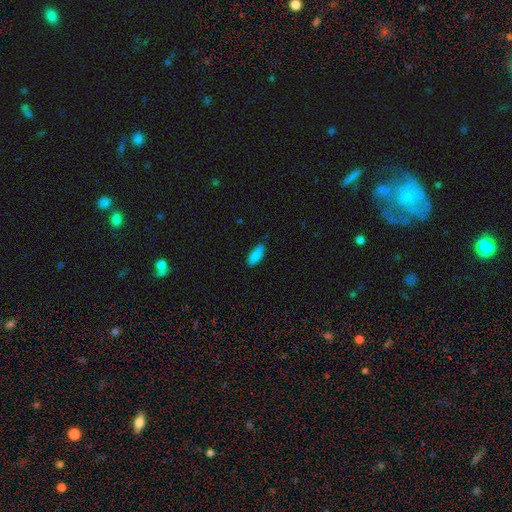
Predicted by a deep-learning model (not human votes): smooth 88%, star or artifact 7%, featured or disk 5%. Down the decision tree: how rounded — in between (68%); merging — none (80%).